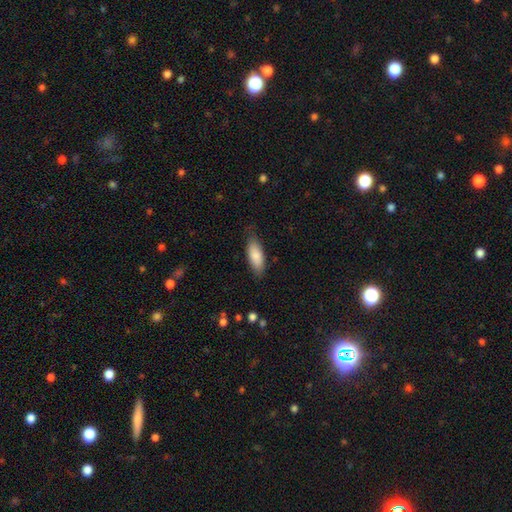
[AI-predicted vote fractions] Smooth or featured: smooth — 85% (featured or disk — 9%)
How rounded: in between — 76% (cigar-shaped — 22%)
Merging: none — 77% (minor disturbance — 18%)